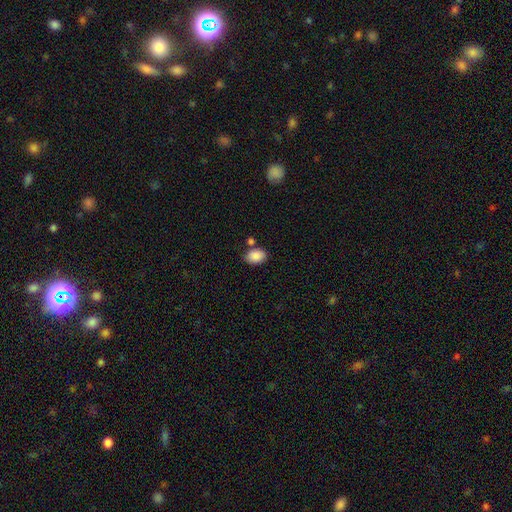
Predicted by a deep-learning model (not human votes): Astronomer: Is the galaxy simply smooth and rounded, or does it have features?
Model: smooth — 88%.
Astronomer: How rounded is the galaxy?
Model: in between — 80%.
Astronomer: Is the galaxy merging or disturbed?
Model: none — 73%.